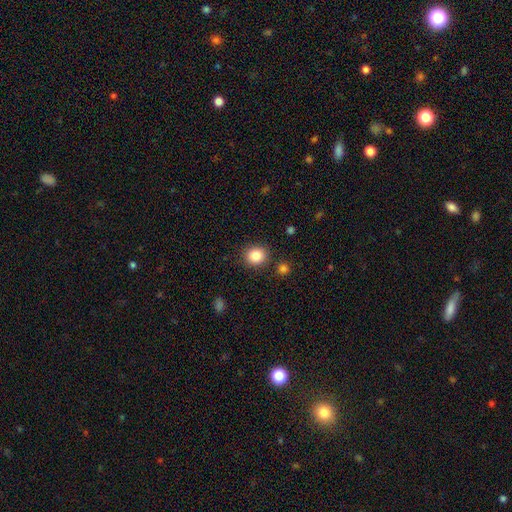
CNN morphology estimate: smooth 85%, star or artifact 10%, featured or disk 5%. Down the decision tree: how rounded — round (78%); merging — none (87%).